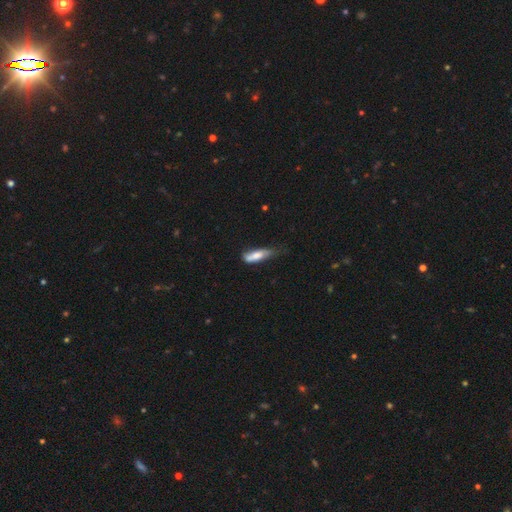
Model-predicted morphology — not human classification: Smooth or featured?
  - smooth: 69% *
  - featured or disk: 25%
  - star or artifact: 7%
How rounded?
  - cigar-shaped: 53% *
  - in between: 45%
  - round: 2%
Merging?
  - minor disturbance: 41% *
  - none: 39%
  - major disturbance: 16%
  - merger: 5%